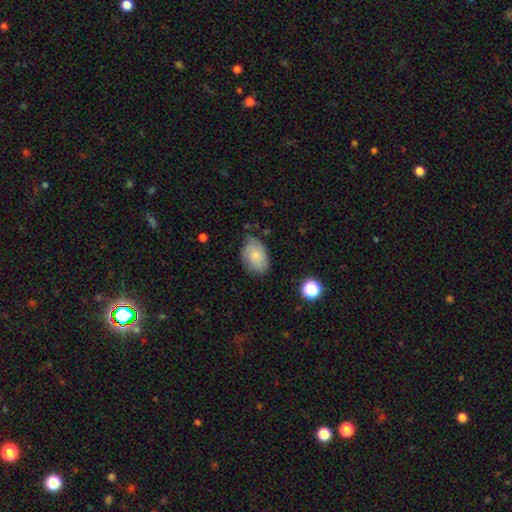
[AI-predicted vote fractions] smooth_or_featured: smooth (p=0.67) [alt: featured or disk p=0.25]
how_rounded: in between (p=0.88) [alt: round p=0.11]
merging: none (p=0.61) [alt: minor disturbance p=0.30]